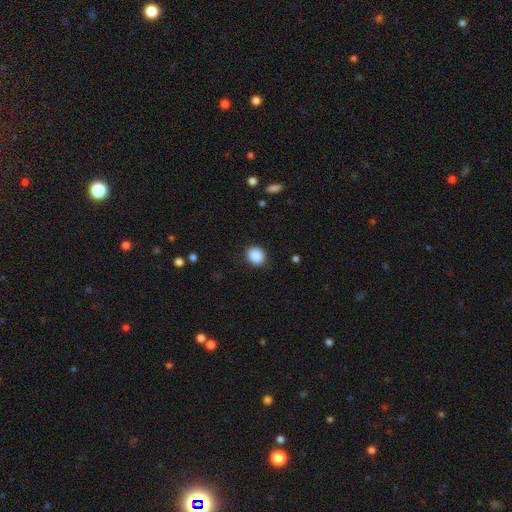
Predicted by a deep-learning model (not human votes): Smooth or featured? smooth (89%)
How rounded? round (70%)
Merging? none (88%)